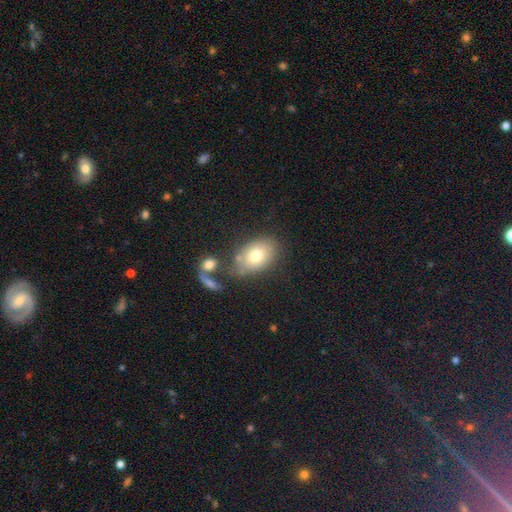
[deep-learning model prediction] Q: Smooth or featured?
A: smooth (74%); runner-up: featured or disk (17%)
Q: How rounded?
A: in between (81%); runner-up: round (17%)
Q: Merging?
A: none (64%); runner-up: minor disturbance (16%)